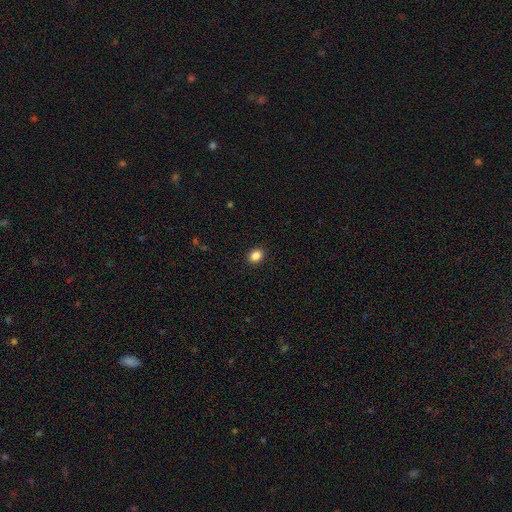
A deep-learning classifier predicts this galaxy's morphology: Smooth or featured? Predicted: smooth (p=0.86). How rounded? Predicted: round (p=0.62). Merging? Predicted: none (p=0.91).